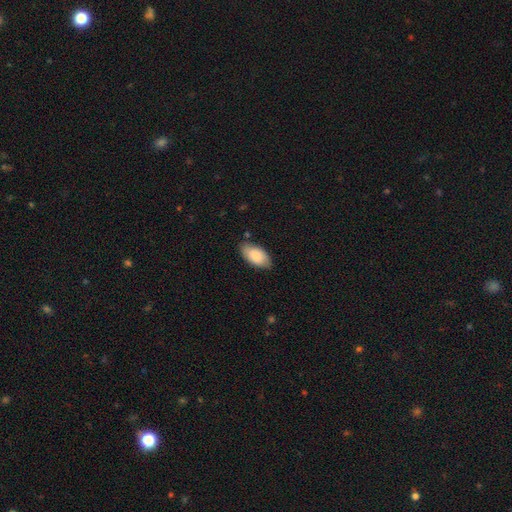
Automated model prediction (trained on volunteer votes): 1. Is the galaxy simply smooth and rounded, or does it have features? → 85% smooth, 9% featured or disk, 6% star or artifact.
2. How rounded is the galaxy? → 95% in between, 3% cigar-shaped, 3% round.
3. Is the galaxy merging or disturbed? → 78% none, 17% minor disturbance, 3% major disturbance, 2% merger.